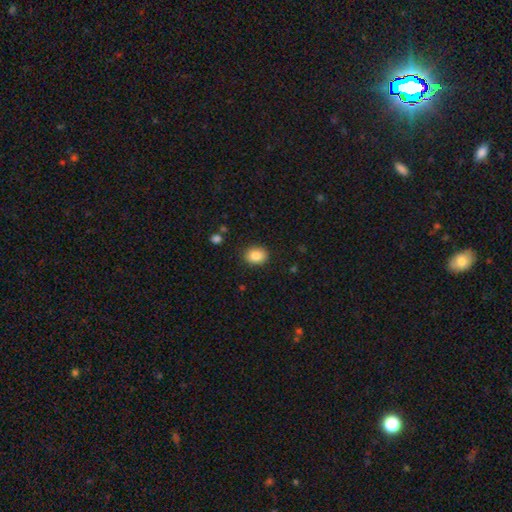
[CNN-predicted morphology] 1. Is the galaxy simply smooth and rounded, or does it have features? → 85% smooth, 9% star or artifact, 6% featured or disk.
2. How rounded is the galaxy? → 54% in between, 46% round, 1% cigar-shaped.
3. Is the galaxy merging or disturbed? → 88% none, 9% minor disturbance, 2% major disturbance, 1% merger.